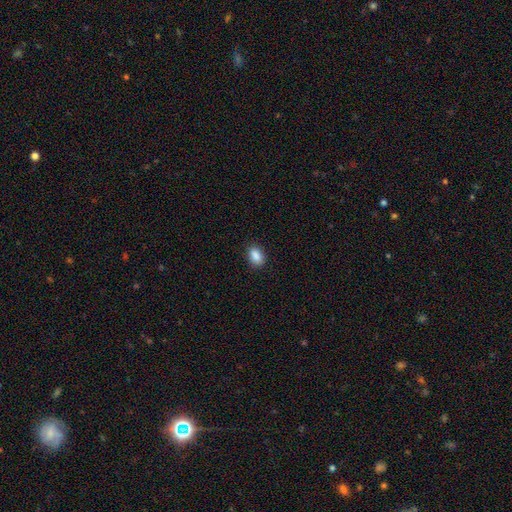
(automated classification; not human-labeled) smooth 88%, star or artifact 8%, featured or disk 3%. Down the decision tree: how rounded — in between (82%); merging — none (87%).